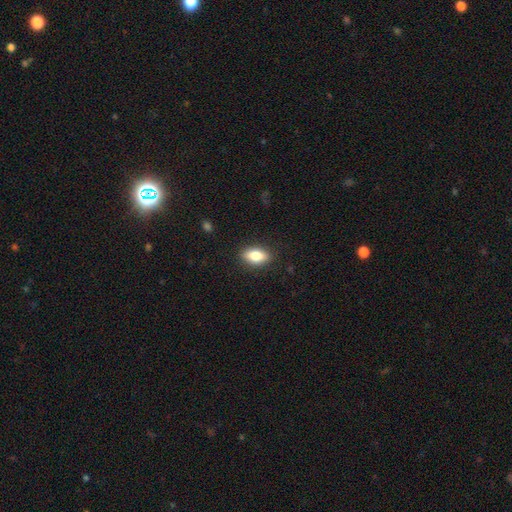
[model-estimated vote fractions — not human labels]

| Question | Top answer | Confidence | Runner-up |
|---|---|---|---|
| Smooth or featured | smooth | 81% | featured or disk (11%) |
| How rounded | in between | 86% | round (8%) |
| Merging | none | 88% | minor disturbance (9%) |